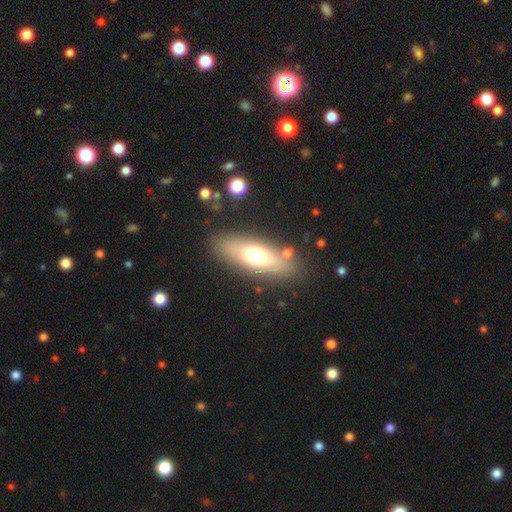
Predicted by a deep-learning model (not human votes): Smooth or featured?
  - smooth: 62% *
  - featured or disk: 29%
  - star or artifact: 9%
How rounded?
  - in between: 65% *
  - cigar-shaped: 31%
  - round: 4%
Merging?
  - none: 82% *
  - minor disturbance: 10%
  - major disturbance: 4%
  - merger: 4%